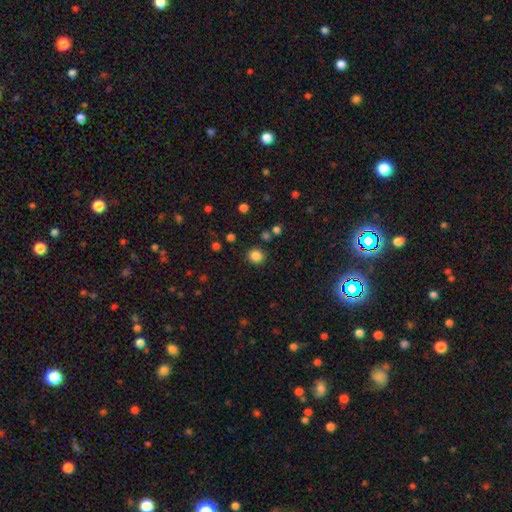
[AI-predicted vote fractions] This appears to be a smooth galaxy with no disk features (84%) that is round (88%). Merging: none (88%).